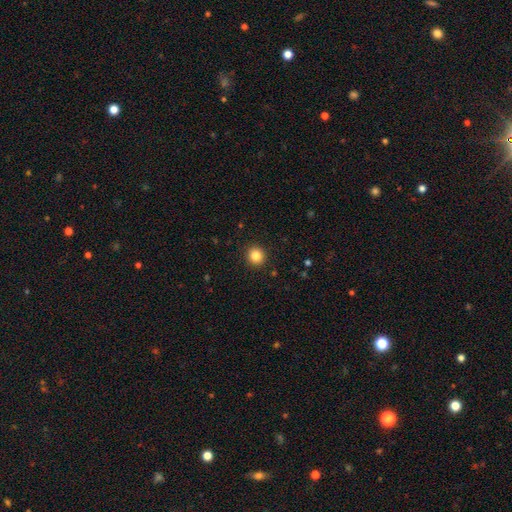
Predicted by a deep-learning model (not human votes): Overall: smooth (84%). How rounded: round (92%). Merging: none (92%).